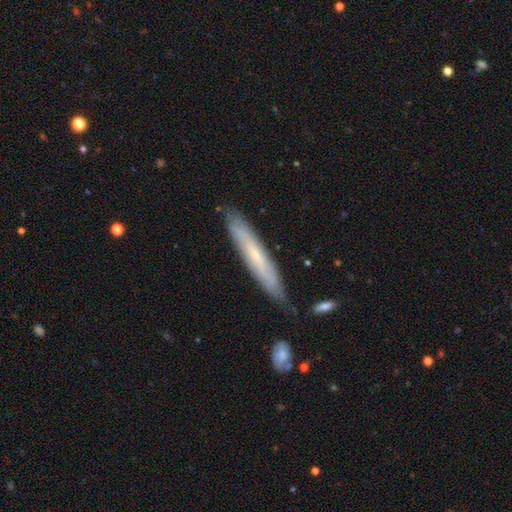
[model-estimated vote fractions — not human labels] smooth_or_featured: featured or disk (p=0.52) [alt: smooth p=0.41]
disk_edge_on: yes (p=0.71) [alt: no p=0.29]
merging: none (p=0.80) [alt: minor disturbance p=0.13]